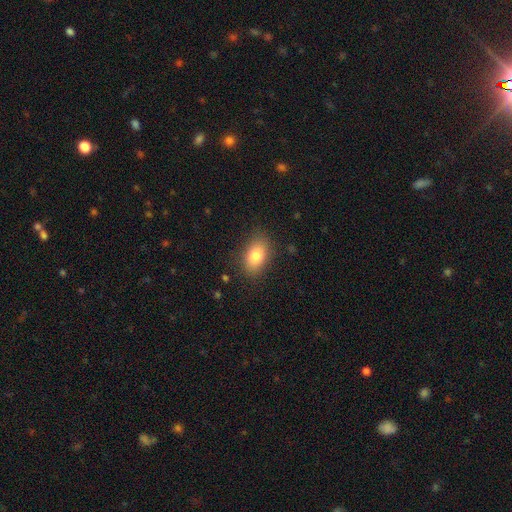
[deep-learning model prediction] smooth 81%, featured or disk 10%, star or artifact 8%. Down the decision tree: how rounded — in between (87%); merging — none (84%).